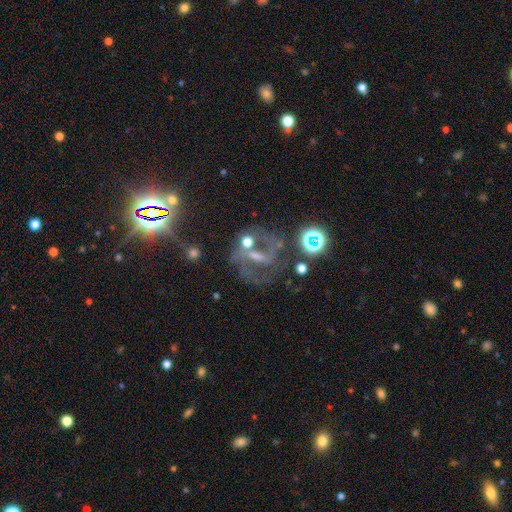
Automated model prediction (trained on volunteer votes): This is likely a featured or disk galaxy (67%). It is clearly not viewed edge-on (96%). Bar: marginally strong (45%). Spiral arm pattern: clearly yes (84%). Spiral arm count: likely 2 (80%). Spiral winding: possibly medium (53%). Central bulge: marginally small (39%). Merging: possibly none (56%).